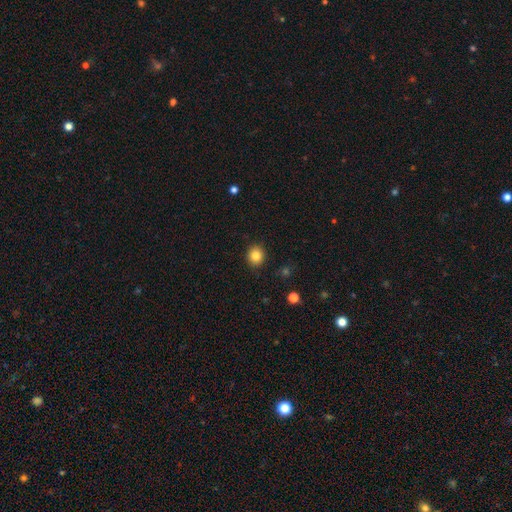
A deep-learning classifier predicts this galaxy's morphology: This appears to be a smooth galaxy with no disk features (84%) that is round (86%). Merging: none (90%).